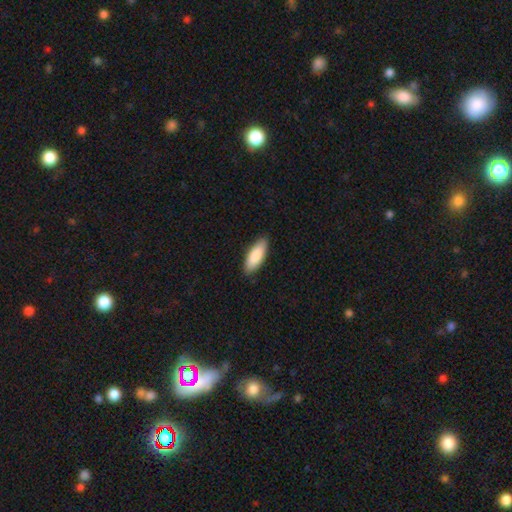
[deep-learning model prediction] This is clearly a smooth galaxy (87%). How rounded: likely in between (70%). Merging: clearly none (88%).